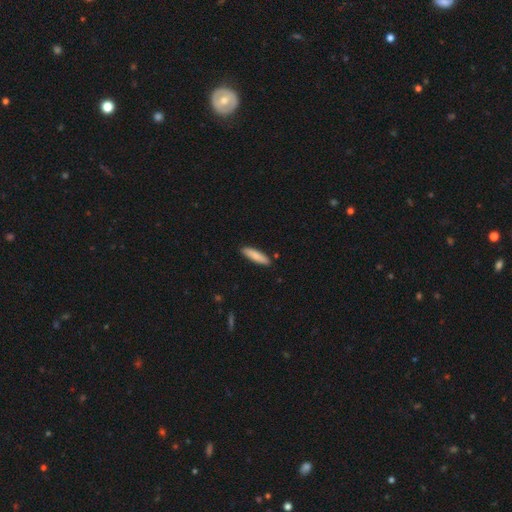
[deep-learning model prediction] Q: Smooth or featured?
A: smooth (83%); runner-up: featured or disk (11%)
Q: How rounded?
A: cigar-shaped (72%); runner-up: in between (26%)
Q: Merging?
A: none (88%); runner-up: minor disturbance (9%)